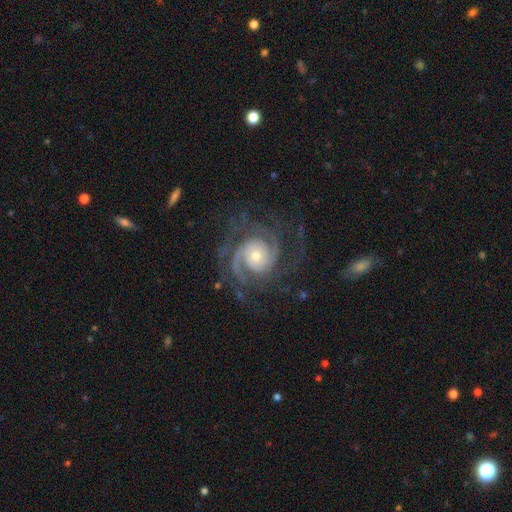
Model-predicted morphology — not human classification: This appears to be a featured or disk galaxy (91%) with no bar (72%), 2 (35%) tight (61%) spiral arms (98%) and a moderate central bulge (47%). Merging: none (73%).